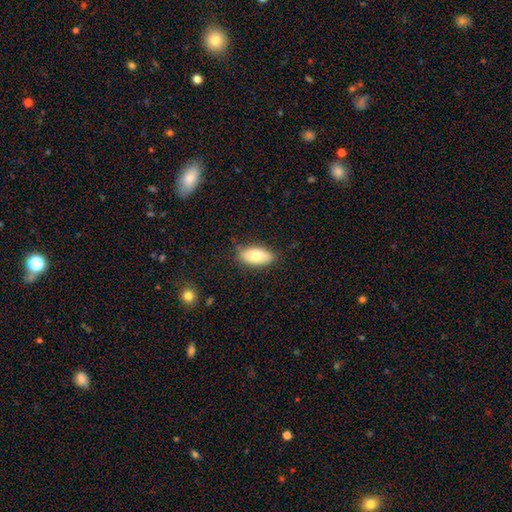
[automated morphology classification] The model was most divided on "smooth or featured": smooth: 75%, featured or disk: 18%, star or artifact: 7%. More confident: how rounded — in between (89%); merging — none (80%).